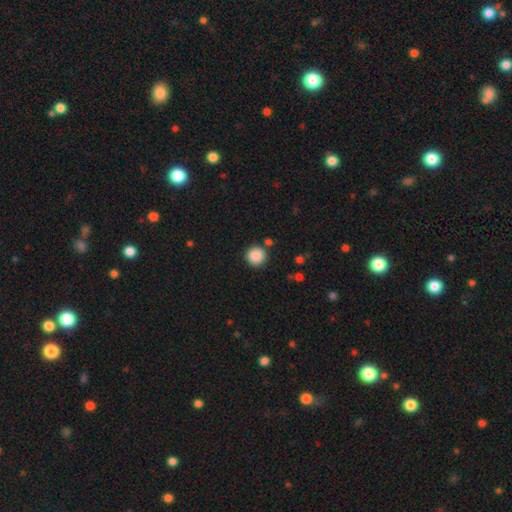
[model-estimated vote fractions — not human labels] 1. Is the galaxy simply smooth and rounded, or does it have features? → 88% smooth, 9% star or artifact, 3% featured or disk.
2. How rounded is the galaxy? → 95% round, 4% in between, 1% cigar-shaped.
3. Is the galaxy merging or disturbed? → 87% none, 7% minor disturbance, 4% merger, 2% major disturbance.